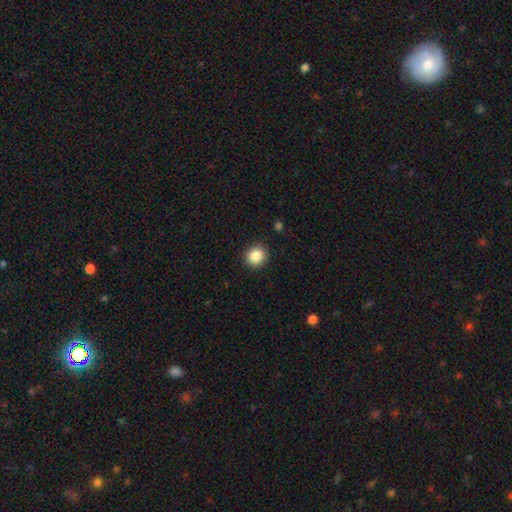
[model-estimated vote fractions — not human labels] The model was most divided on "how rounded": round: 80%, in between: 19%, cigar-shaped: 1%. More confident: merging — none (88%); smooth or featured — smooth (87%).